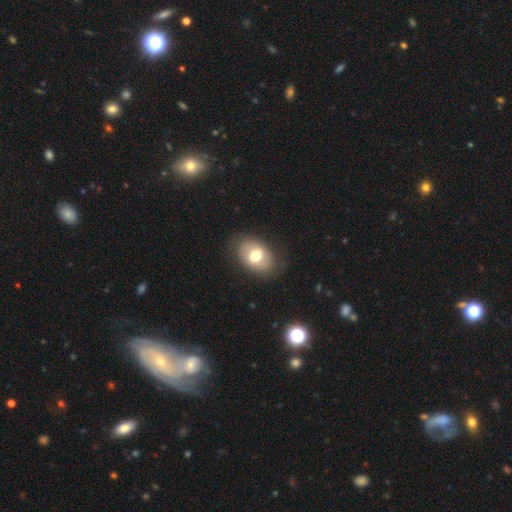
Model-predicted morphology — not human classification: type=smooth (69%); roundness=in between (76%); merging=none (80%).